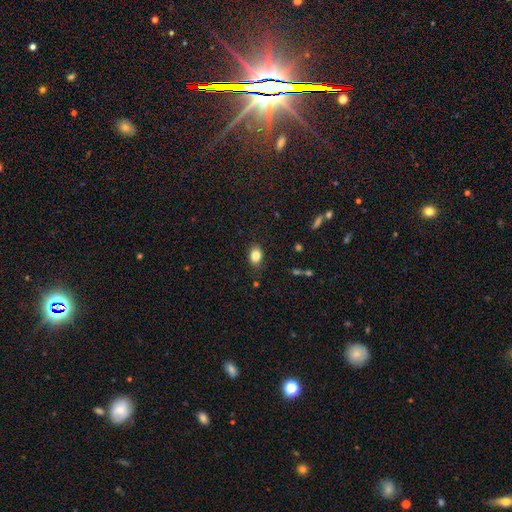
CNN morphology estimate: type=smooth (83%); roundness=in between (73%); merging=none (83%).